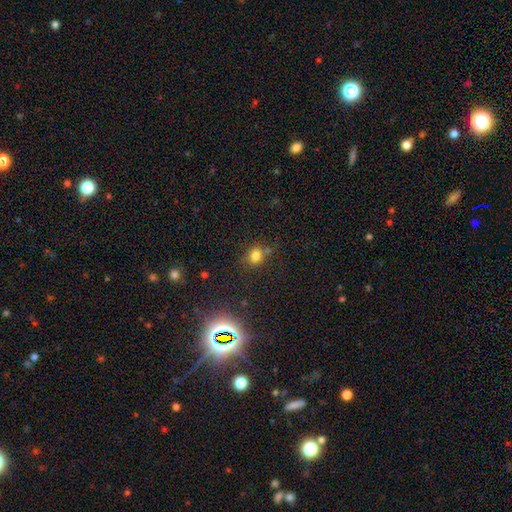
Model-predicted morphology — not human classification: type=smooth (76%); roundness=round (62%); merging=none (69%).